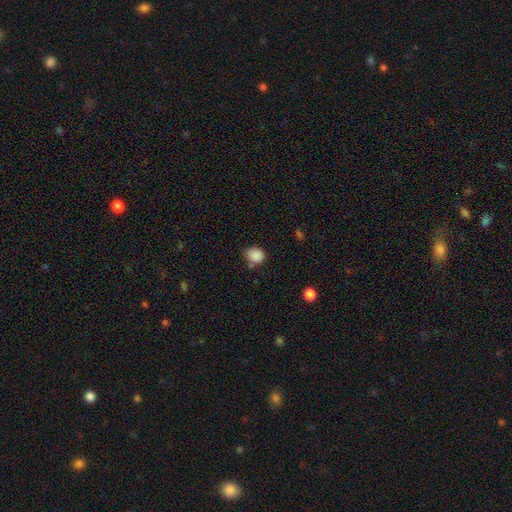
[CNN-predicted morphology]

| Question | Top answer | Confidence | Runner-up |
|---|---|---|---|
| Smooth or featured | smooth | 86% | star or artifact (10%) |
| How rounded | round | 54% | in between (45%) |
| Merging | none | 56% | minor disturbance (30%) |